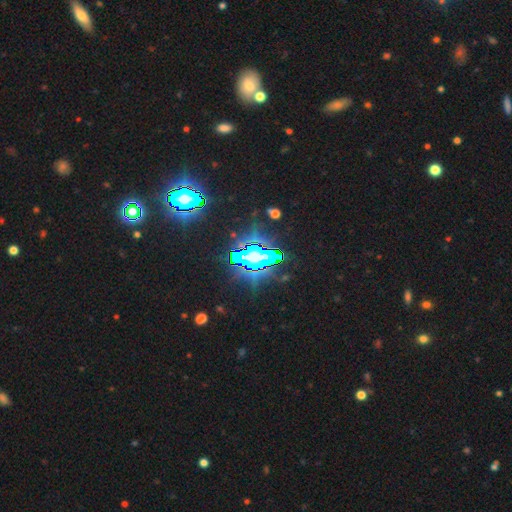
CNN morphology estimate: Smooth or featured? Predicted: star or artifact (p=0.81).